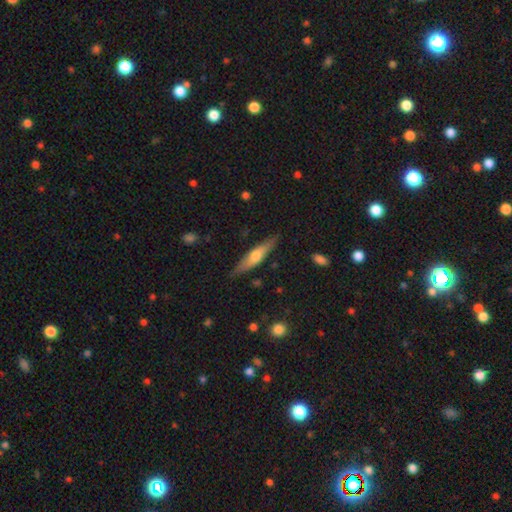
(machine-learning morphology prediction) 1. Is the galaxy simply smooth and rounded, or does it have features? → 47% featured or disk (tied), 47% smooth (tied), 6% star or artifact.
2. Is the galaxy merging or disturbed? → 83% none, 13% minor disturbance, 2% major disturbance, 1% merger.